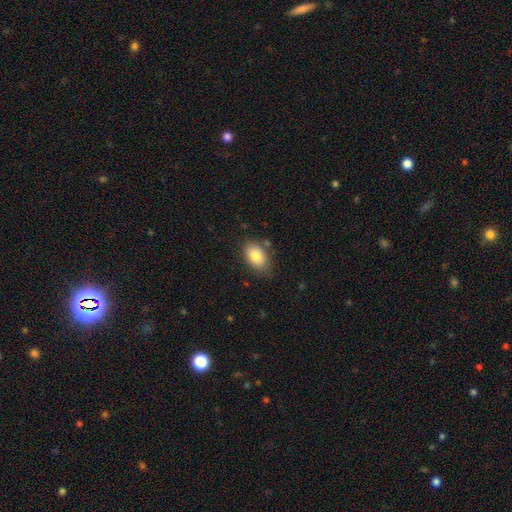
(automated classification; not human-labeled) Morphology: type=smooth (84%); roundness=in between (90%); merging=none (77%).